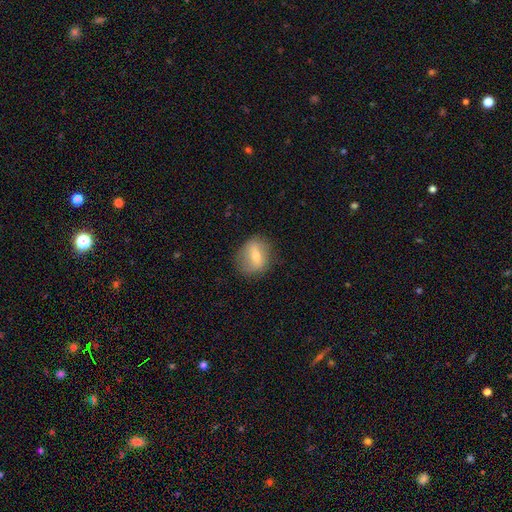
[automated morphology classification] This is possibly a smooth galaxy (54%). How rounded: possibly round (57%). Merging: likely none (78%).